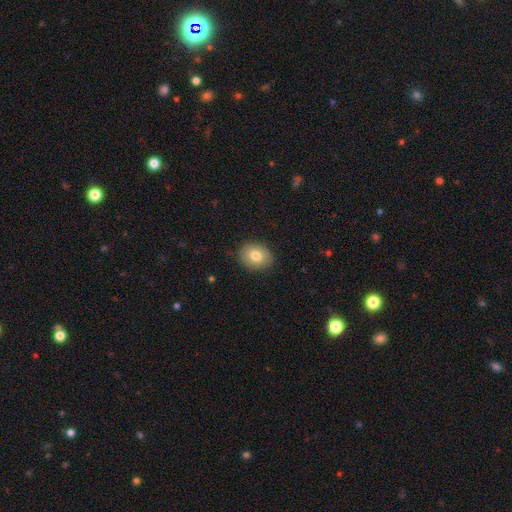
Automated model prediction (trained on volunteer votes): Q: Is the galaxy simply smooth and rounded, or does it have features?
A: smooth — 78%.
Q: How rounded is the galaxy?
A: round — 52%.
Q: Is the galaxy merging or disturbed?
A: none — 85%.